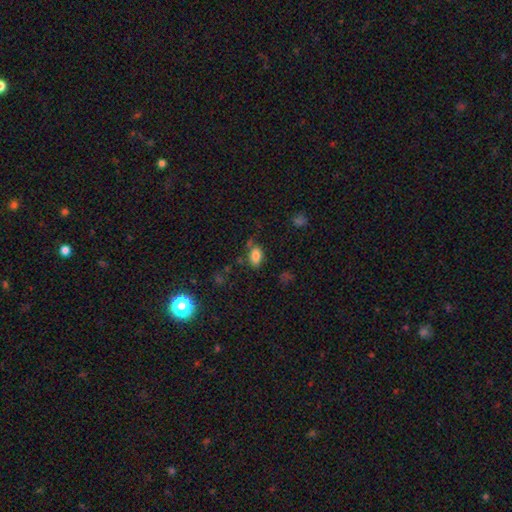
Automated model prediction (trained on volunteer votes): This appears to be a smooth galaxy with no disk features (80%) that is in between round and cigar-shaped (88%). Merging: none (68%).